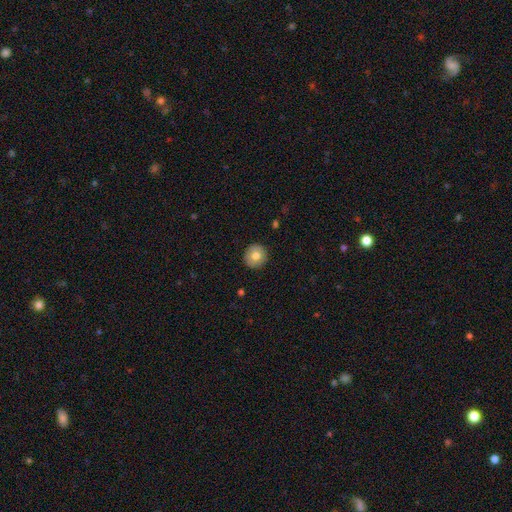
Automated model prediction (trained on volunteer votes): Morphology: type=smooth (74%); roundness=round (94%); merging=none (91%).